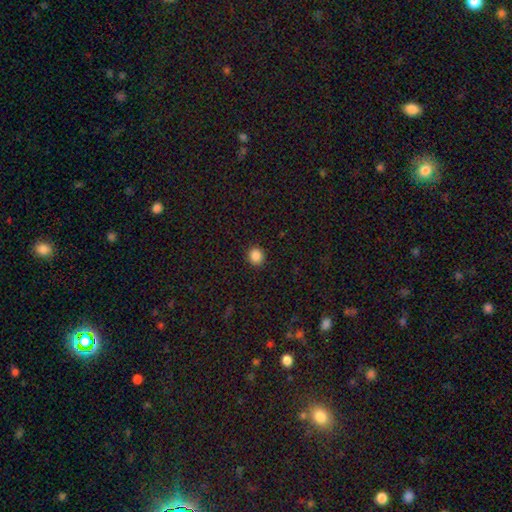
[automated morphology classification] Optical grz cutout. It shows a smooth galaxy with no disk features (87%) that is round (83%). Merging: none (91%).